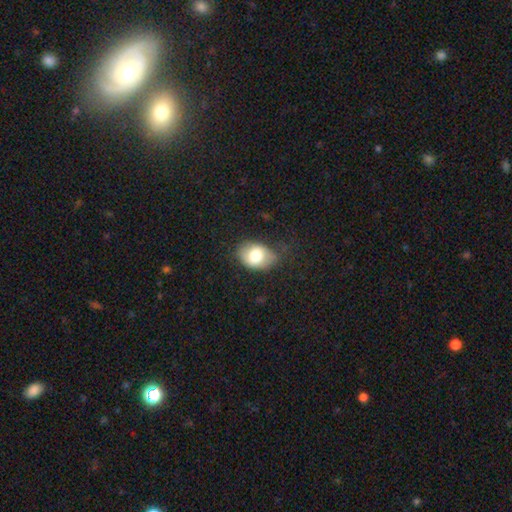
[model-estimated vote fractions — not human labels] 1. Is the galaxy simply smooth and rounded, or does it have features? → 76% smooth, 16% featured or disk, 7% star or artifact.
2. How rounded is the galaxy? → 76% in between, 23% round, 1% cigar-shaped.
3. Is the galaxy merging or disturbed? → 57% none, 31% minor disturbance, 11% major disturbance, 2% merger.